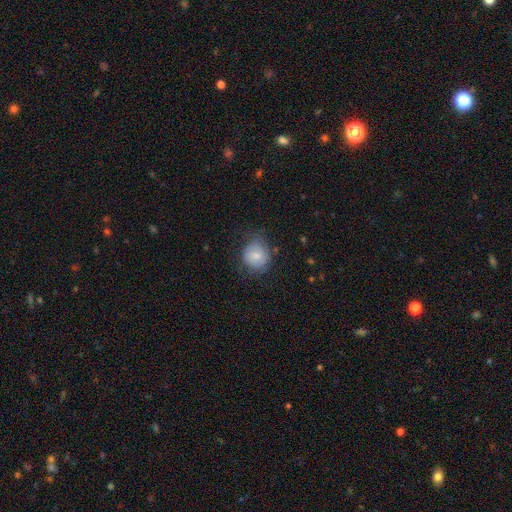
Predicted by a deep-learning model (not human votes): A smooth galaxy with no disk features (69%) that is round (79%).

Vote fractions:
- Smooth or featured? smooth: 69% / featured or disk: 23% / star or artifact: 8%
- How rounded? round: 79% / in between: 20% / cigar-shaped: 1%
- Merging? none: 60% / minor disturbance: 28% / major disturbance: 11% / merger: 1%